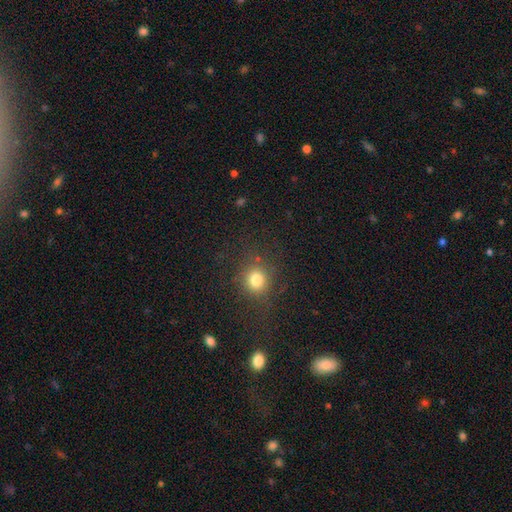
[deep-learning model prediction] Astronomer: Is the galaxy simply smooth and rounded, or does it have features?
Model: smooth — 55% (runner-up: star or artifact, 35%).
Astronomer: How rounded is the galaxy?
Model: round — 83%.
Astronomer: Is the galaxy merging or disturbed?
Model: none — 83%.